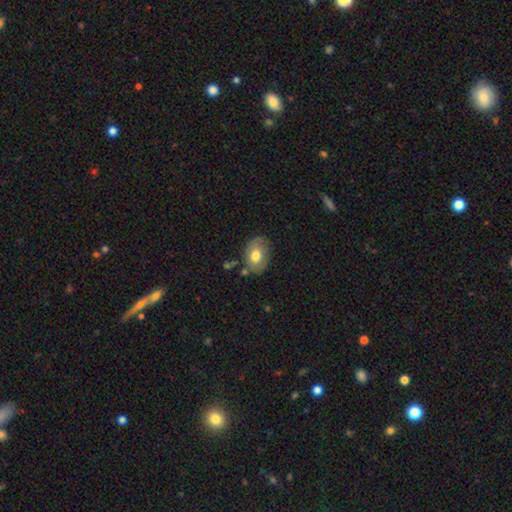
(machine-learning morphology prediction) Q: Smooth or featured?
A: smooth (70%); runner-up: featured or disk (23%)
Q: How rounded?
A: in between (79%); runner-up: round (20%)
Q: Merging?
A: none (73%); runner-up: minor disturbance (17%)